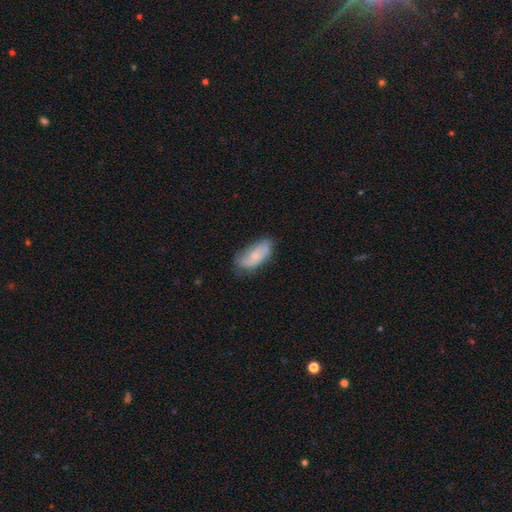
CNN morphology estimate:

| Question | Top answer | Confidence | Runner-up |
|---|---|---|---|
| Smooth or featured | smooth | 58% | featured or disk (35%) |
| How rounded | in between | 86% | cigar-shaped (11%) |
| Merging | none | 62% | minor disturbance (30%) |